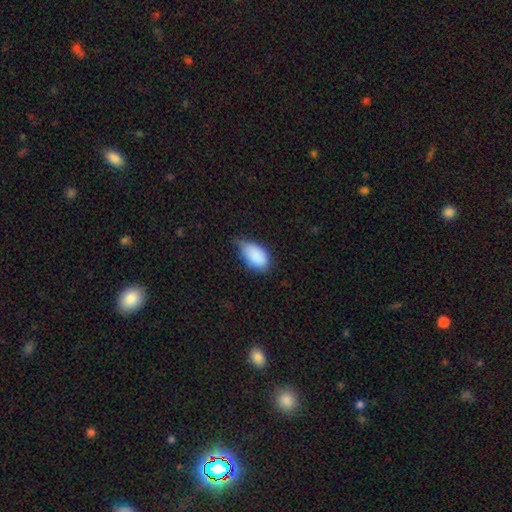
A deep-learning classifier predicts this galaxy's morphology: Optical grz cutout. It shows a smooth galaxy with no disk features (87%) that is in between round and cigar-shaped (94%). Merging: minor disturbance (49%).